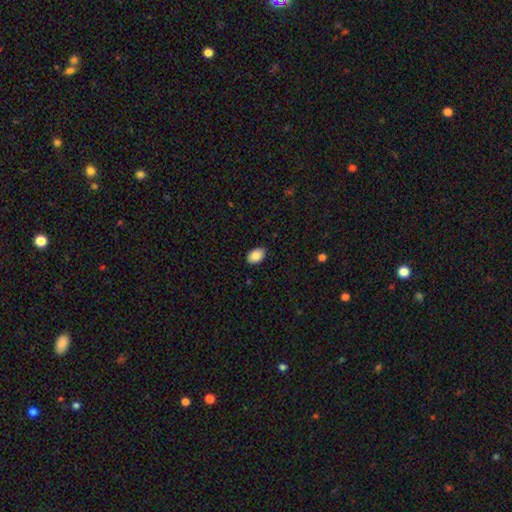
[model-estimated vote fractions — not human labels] This is clearly a smooth galaxy (88%). How rounded: clearly in between (88%). Merging: clearly none (83%).